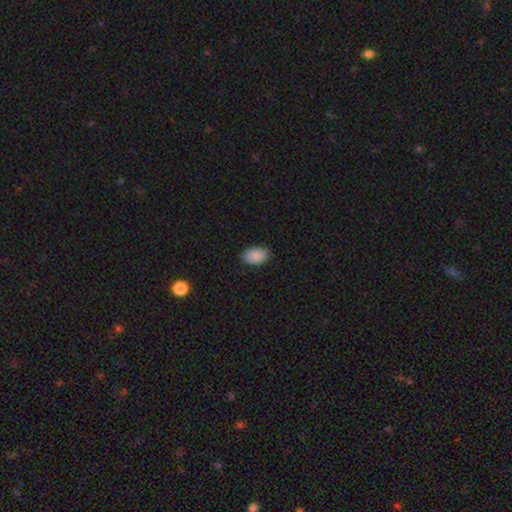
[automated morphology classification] Overall: smooth (89%). How rounded: in between (92%). Merging: none (87%).